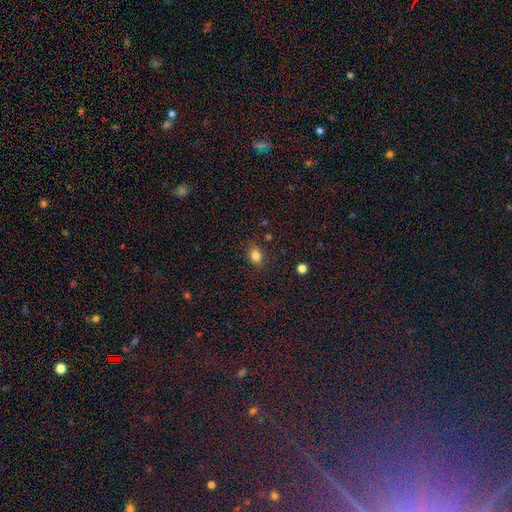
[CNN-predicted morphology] This is clearly a smooth galaxy (82%). How rounded: possibly in between (59%). Merging: clearly none (83%).